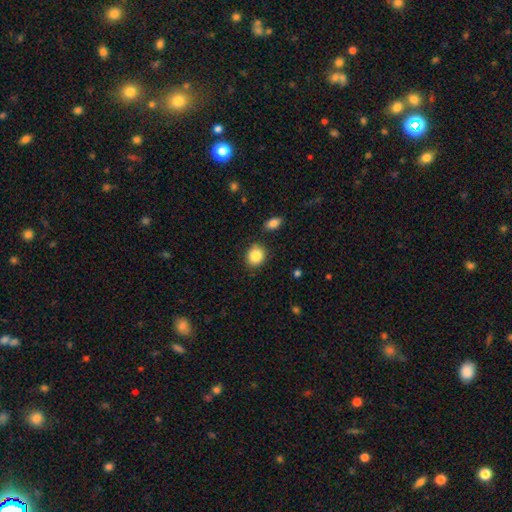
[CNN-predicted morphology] Smooth or featured? Predicted: smooth (p=0.87). How rounded? Predicted: round (p=0.65). Merging? Predicted: none (p=0.83).